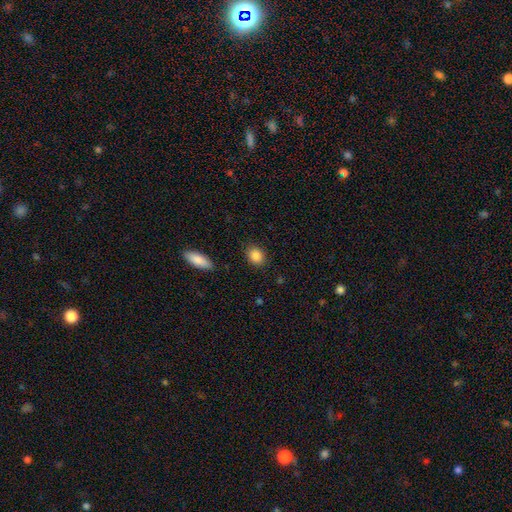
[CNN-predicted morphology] Overall: smooth (86%). How rounded: in between (54%; round 44%). Merging: none (88%).